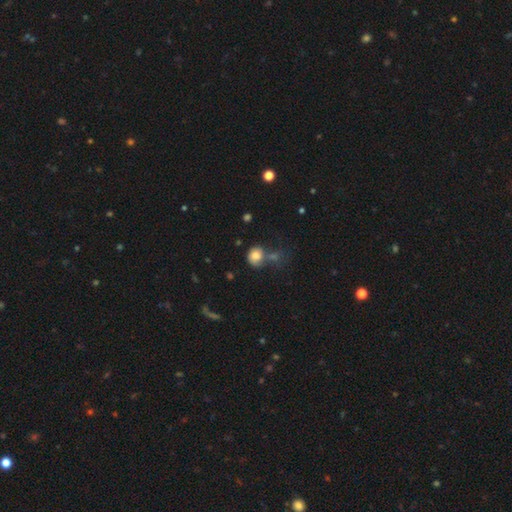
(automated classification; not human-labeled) smooth-or-featured: smooth: 77% | featured or disk: 13% | star or artifact: 10%
  how-rounded: round: 69% | in between: 30% | cigar-shaped: 1%
  merging: none: 39% | merger: 30% | minor disturbance: 18% | major disturbance: 13%